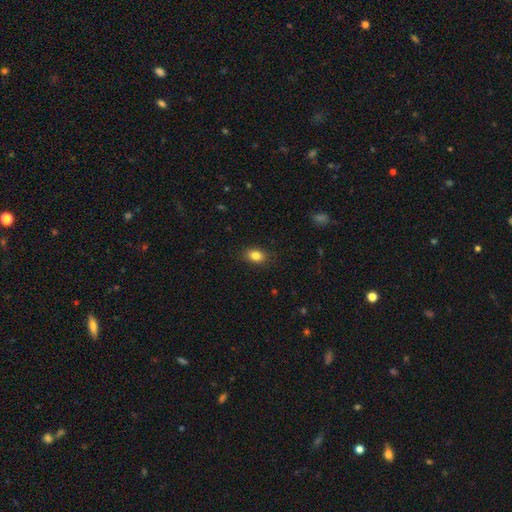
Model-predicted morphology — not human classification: Smooth or featured?
  - smooth: 84% *
  - star or artifact: 10%
  - featured or disk: 6%
How rounded?
  - in between: 78% *
  - round: 21%
  - cigar-shaped: 2%
Merging?
  - none: 87% *
  - minor disturbance: 10%
  - major disturbance: 2%
  - merger: 1%